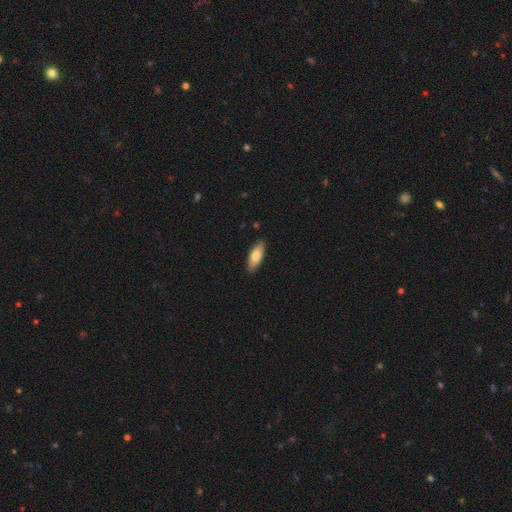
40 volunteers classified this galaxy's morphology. This is clearly a smooth galaxy (80%). How rounded: likely in between (69%). Merging: clearly none (80%).